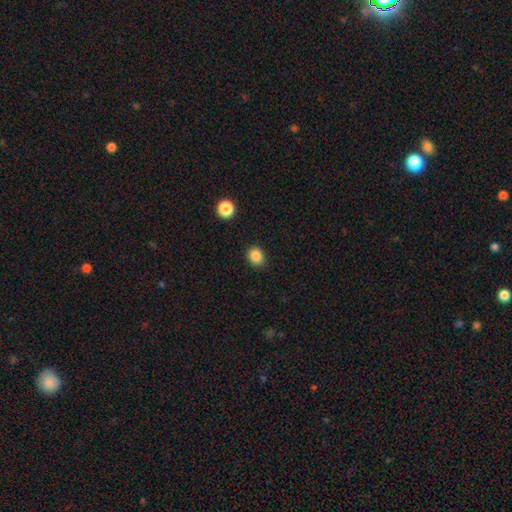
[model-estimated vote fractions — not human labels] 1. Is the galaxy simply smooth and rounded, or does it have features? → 85% smooth, 11% star or artifact, 4% featured or disk.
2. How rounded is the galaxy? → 67% round, 32% in between, 1% cigar-shaped.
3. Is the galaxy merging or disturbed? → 89% none, 8% minor disturbance, 2% major disturbance, 1% merger.